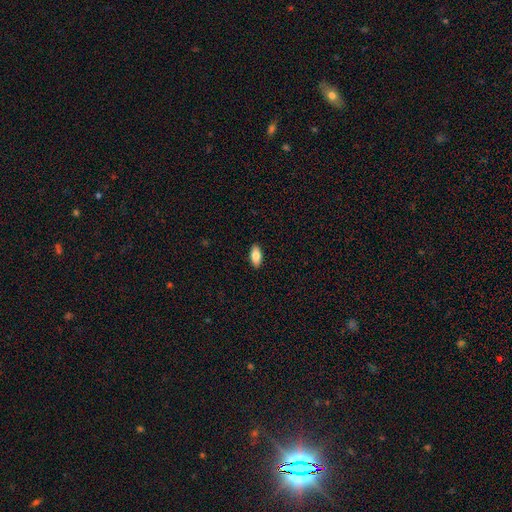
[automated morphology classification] Smooth or featured? smooth (81%)
How rounded? in between (90%)
Merging? none (90%)